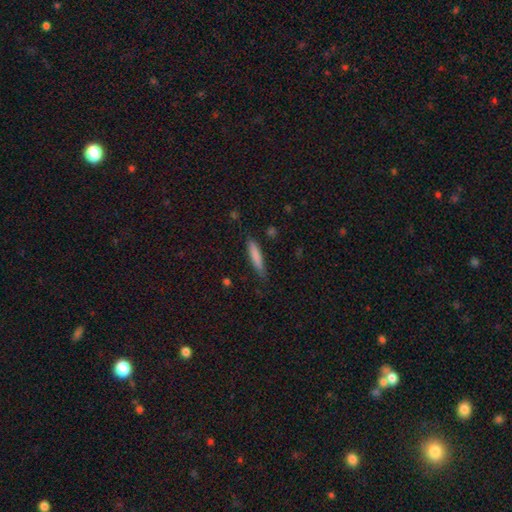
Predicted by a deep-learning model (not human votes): Smooth or featured?
  - smooth: 80% *
  - featured or disk: 13%
  - star or artifact: 6%
How rounded?
  - cigar-shaped: 86% *
  - in between: 13%
  - round: 1%
Merging?
  - none: 79% *
  - minor disturbance: 16%
  - major disturbance: 3%
  - merger: 2%